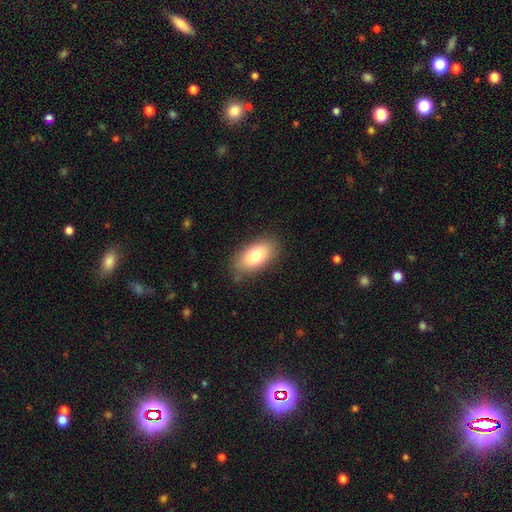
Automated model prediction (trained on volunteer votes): smooth 79%, featured or disk 14%, star or artifact 7%. Down the decision tree: how rounded — in between (92%); merging — none (81%).